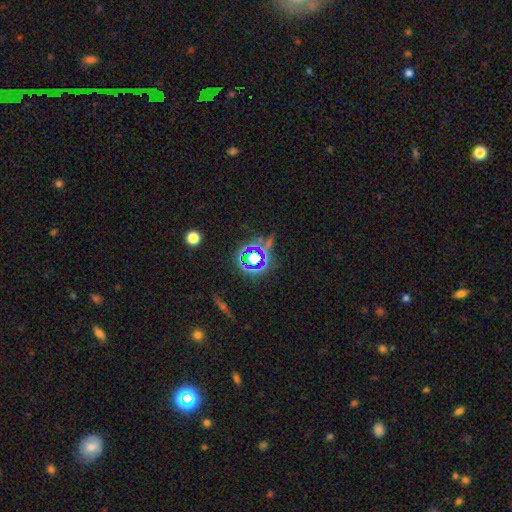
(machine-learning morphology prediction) This appears to be a star or artifact, not a galaxy (70%).